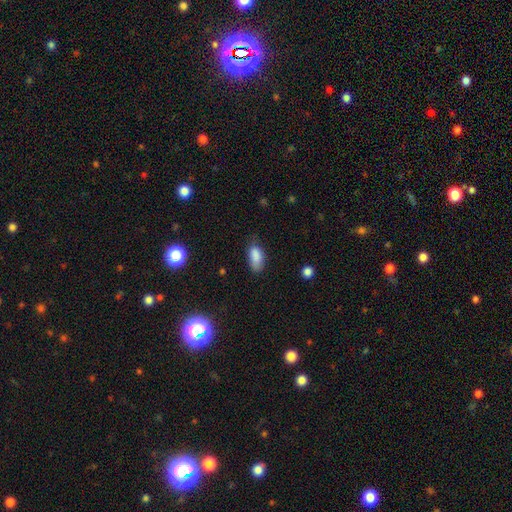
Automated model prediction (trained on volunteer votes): This appears to be a smooth galaxy with no disk features (85%) that is in between round and cigar-shaped (91%). Merging: none (60%).